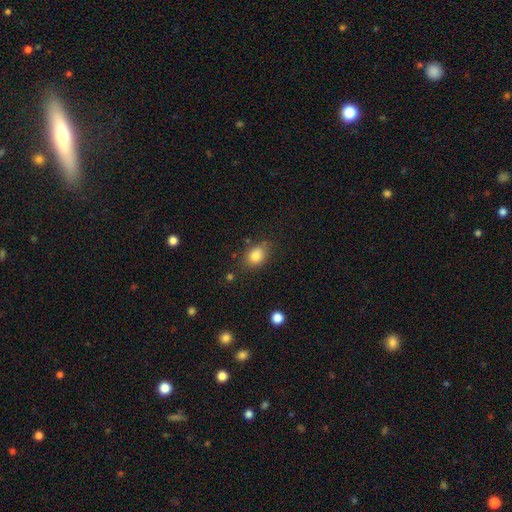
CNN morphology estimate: Q: Smooth or featured?
A: smooth (83%); runner-up: star or artifact (10%)
Q: How rounded?
A: in between (65%); runner-up: round (33%)
Q: Merging?
A: none (74%); runner-up: minor disturbance (18%)